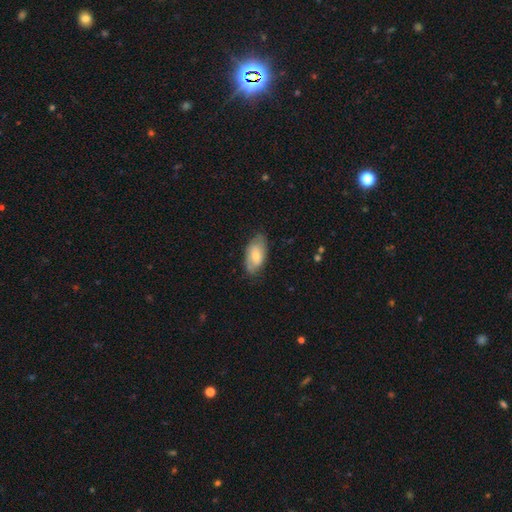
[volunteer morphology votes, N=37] featured or disk 51%, smooth 49%, star or artifact 0%. Down the decision tree: edge-on disk — no (100%); bar — weak (63%); spiral arms — yes (89%); spiral arm count — 2 (59%); spiral winding — tight (47%); bulge size — moderate (47%); merging — none (81%).